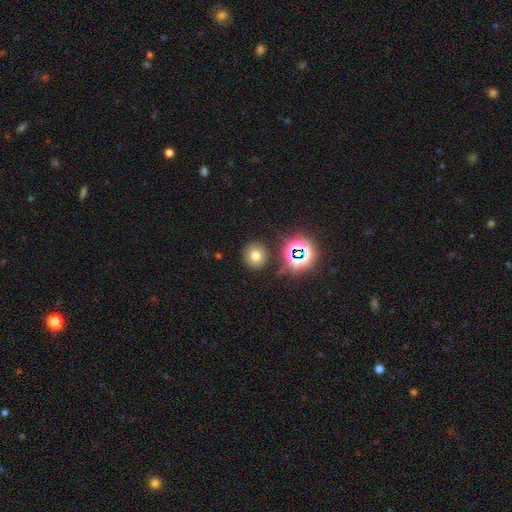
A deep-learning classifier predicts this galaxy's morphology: A smooth galaxy with no disk features (66%) that is round (87%).

Vote fractions:
- Smooth or featured? smooth: 66% / star or artifact: 22% / featured or disk: 12%
- How rounded? round: 87% / in between: 12% / cigar-shaped: 1%
- Merging? none: 83% / minor disturbance: 9% / merger: 4% / major disturbance: 4%